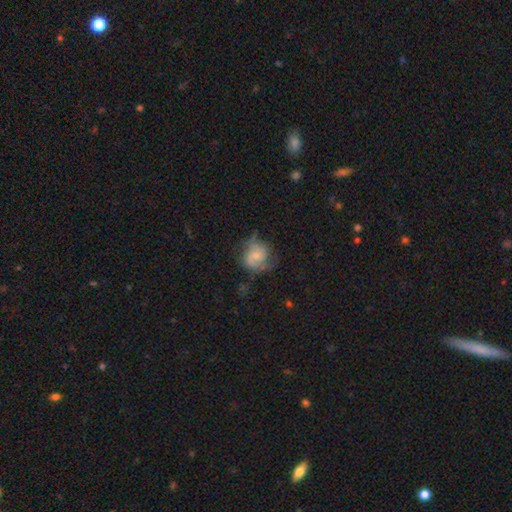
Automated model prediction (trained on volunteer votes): Smooth or featured? featured or disk (47%)
Merging? none (45%)